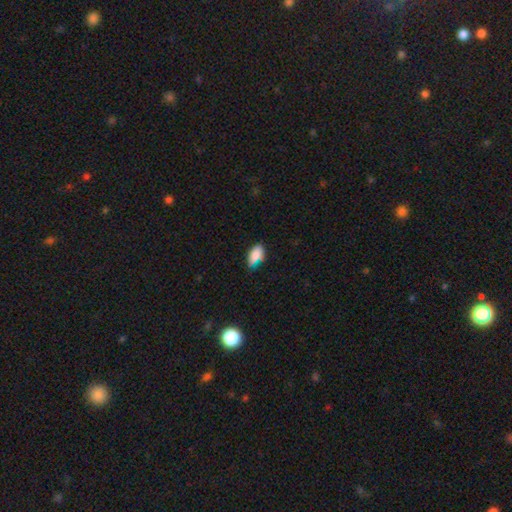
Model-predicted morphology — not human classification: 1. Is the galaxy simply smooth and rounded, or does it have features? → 82% smooth, 9% star or artifact, 9% featured or disk.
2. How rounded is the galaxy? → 89% in between, 7% cigar-shaped, 4% round.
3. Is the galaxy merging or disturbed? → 62% none, 27% minor disturbance, 5% merger, 5% major disturbance.